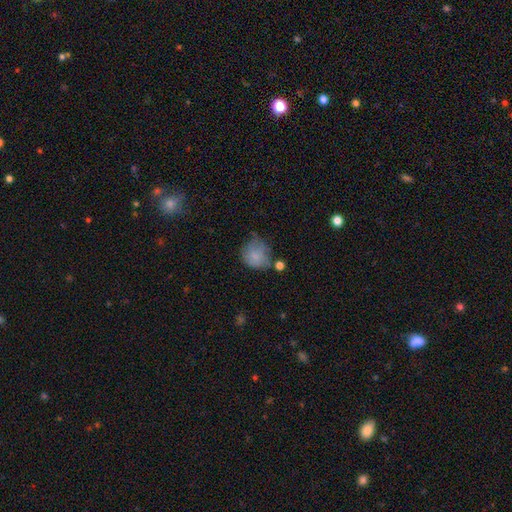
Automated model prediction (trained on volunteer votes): smooth-or-featured: smooth: 72% | featured or disk: 17% | star or artifact: 10%
  how-rounded: round: 74% | in between: 25% | cigar-shaped: 1%
  merging: none: 44% | minor disturbance: 31% | major disturbance: 18% | merger: 8%